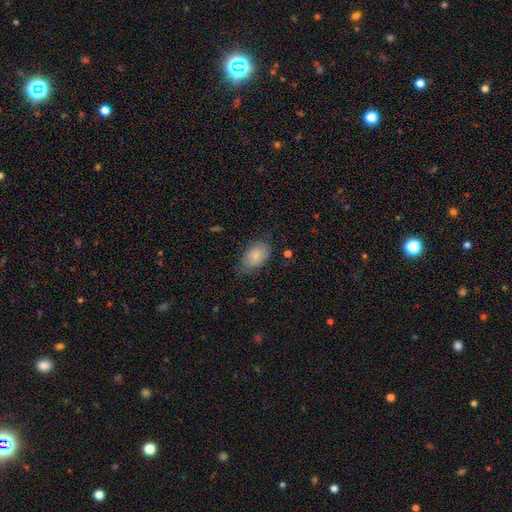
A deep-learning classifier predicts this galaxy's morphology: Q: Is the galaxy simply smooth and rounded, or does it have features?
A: smooth — 81%.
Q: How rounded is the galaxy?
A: in between — 90%.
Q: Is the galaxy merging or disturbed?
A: none — 64%.